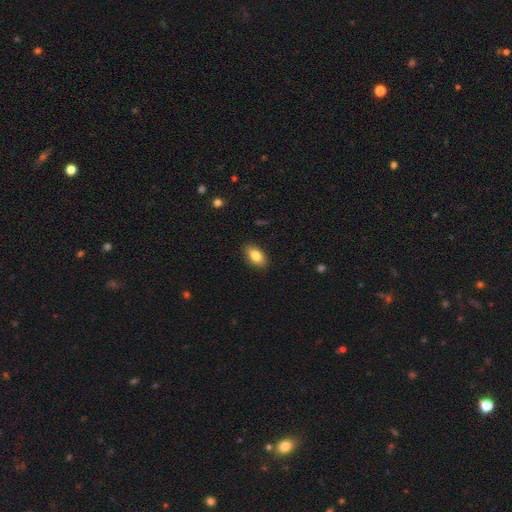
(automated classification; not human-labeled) smooth_or_featured: smooth (p=0.84) [alt: featured or disk p=0.09]
how_rounded: in between (p=0.92) [alt: round p=0.05]
merging: none (p=0.88) [alt: minor disturbance p=0.09]